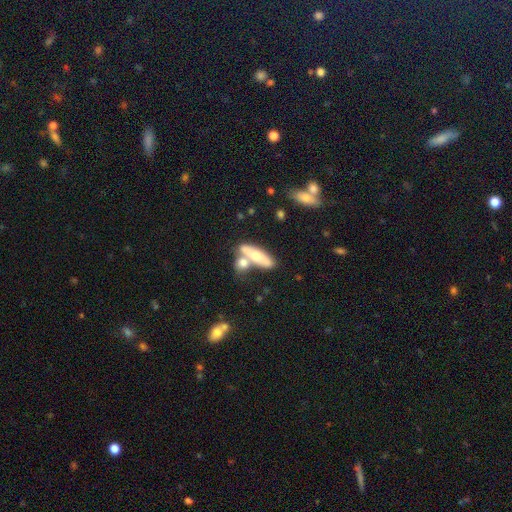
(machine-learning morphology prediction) type=smooth (57%); roundness=cigar-shaped (53%); merging=none (46%).